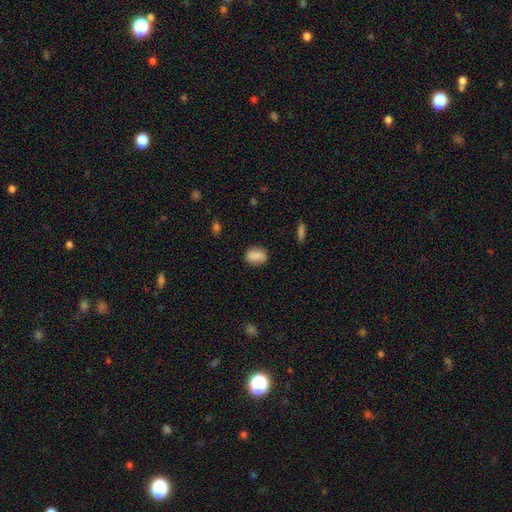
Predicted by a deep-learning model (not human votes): A smooth galaxy with no disk features (81%) that is in between round and cigar-shaped (71%).

Vote fractions:
- Smooth or featured? smooth: 81% / featured or disk: 11% / star or artifact: 8%
- How rounded? in between: 71% / round: 27% / cigar-shaped: 2%
- Merging? none: 74% / minor disturbance: 19% / major disturbance: 5% / merger: 3%